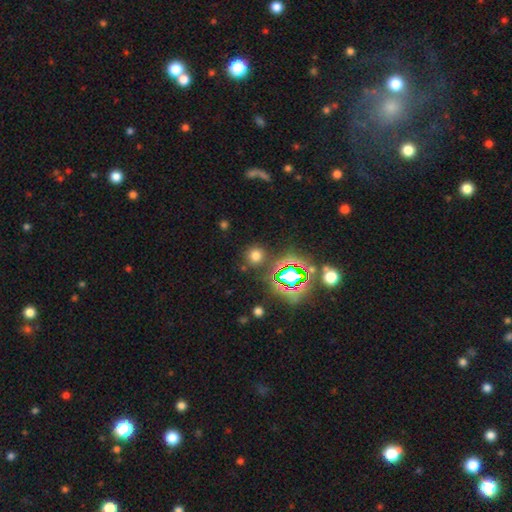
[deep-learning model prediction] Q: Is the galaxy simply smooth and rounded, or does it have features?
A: smooth — 66%.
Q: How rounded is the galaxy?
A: round — 91%.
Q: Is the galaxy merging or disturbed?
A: none — 84%.